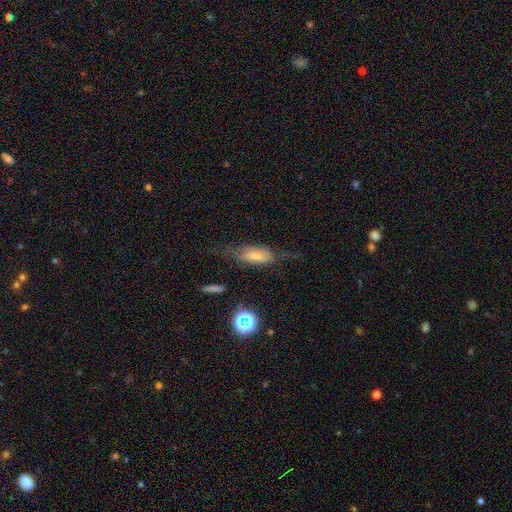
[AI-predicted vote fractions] This appears to be a featured or disk galaxy (45%). Merging: none (48%).